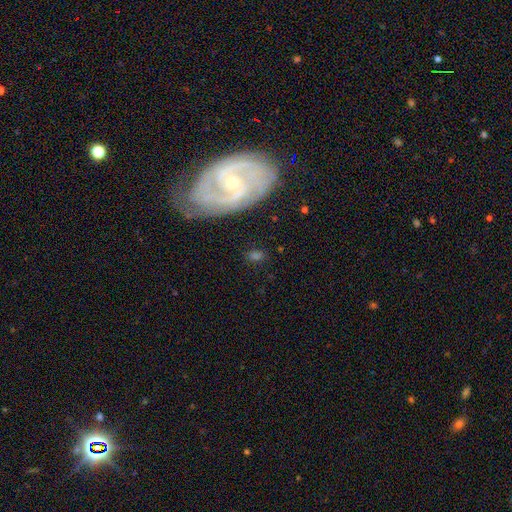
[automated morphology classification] A featured or disk galaxy (67%) with no bar (45%), 2 (67%) tight (45%) spiral arms (91%) and a small central bulge (61%).

Vote fractions:
- Smooth or featured? featured or disk: 67% / smooth: 23% / star or artifact: 11%
- Edge-on disk? no: 94% / yes: 6%
- Bar? no: 45% / weak: 39% / strong: 16%
- Spiral arms? yes: 91% / no: 9%
- Spiral winding? tight: 45% / medium: 42% / loose: 13%
- Spiral arm count? 2: 67% / can't tell: 13% / 3: 10% / 1: 4% / 4: 4% / more than 4: 3%
- Bulge size? small: 61% / moderate: 31% / none: 3% / large: 3% / dominant: 1%
- Merging? none: 75% / minor disturbance: 15% / major disturbance: 6% / merger: 3%